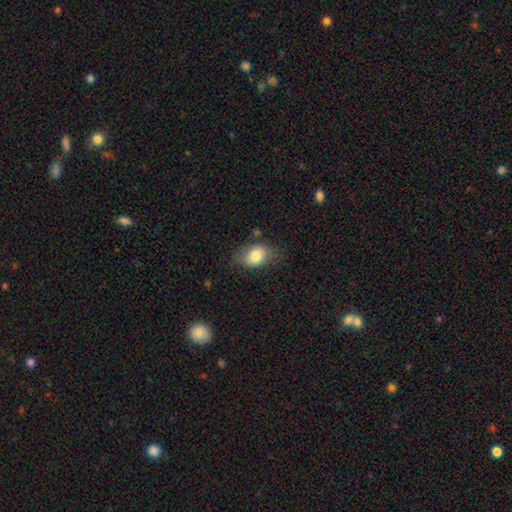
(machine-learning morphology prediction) smooth 78%, featured or disk 14%, star or artifact 8%. Down the decision tree: how rounded — in between (79%); merging — none (67%).